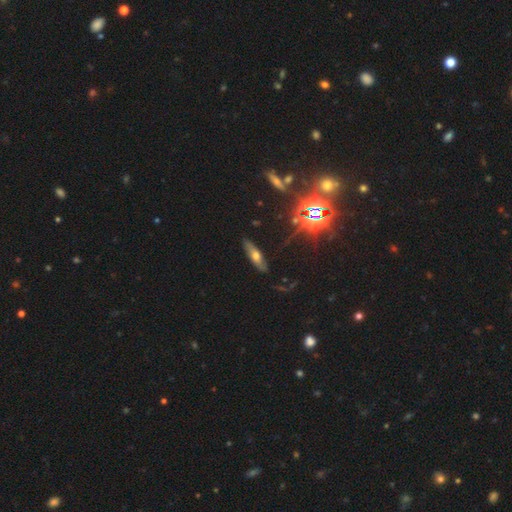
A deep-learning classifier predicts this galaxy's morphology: A smooth galaxy with no disk features (43%). Merging: none (81%).